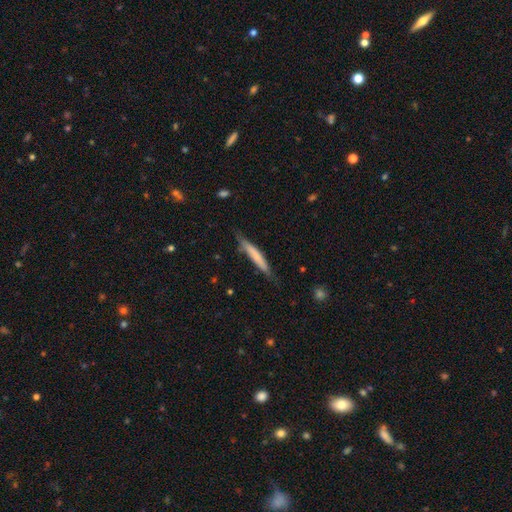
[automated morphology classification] Overall: smooth (61%; featured or disk 33%). How rounded: cigar-shaped (95%). Merging: none (74%).